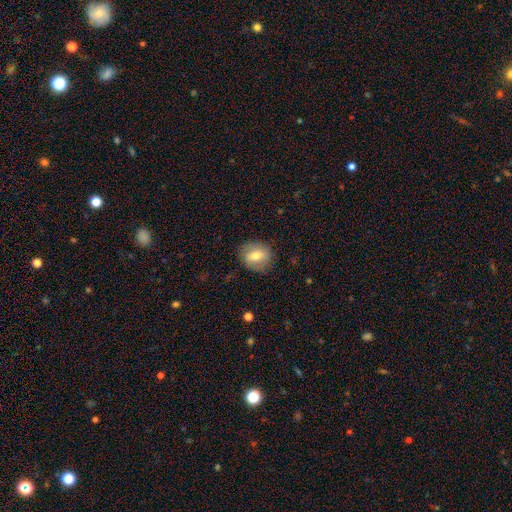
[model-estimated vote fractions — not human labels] A smooth galaxy with no disk features (61%) that is round (65%). Merging: none (82%).